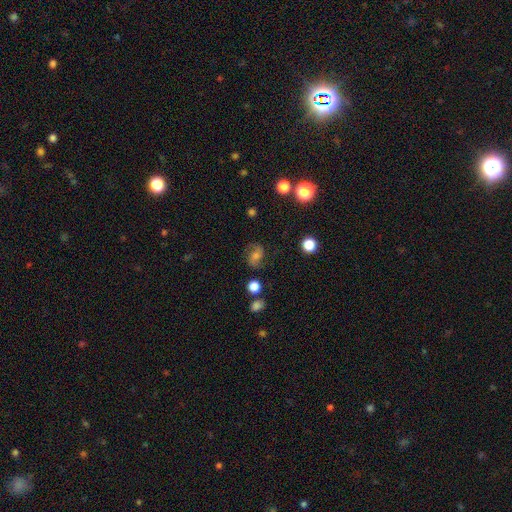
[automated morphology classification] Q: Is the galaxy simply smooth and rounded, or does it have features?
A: featured or disk — 57%.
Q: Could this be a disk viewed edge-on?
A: no — 97%.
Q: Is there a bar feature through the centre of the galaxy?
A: no — 50%.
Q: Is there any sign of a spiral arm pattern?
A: yes — 91%.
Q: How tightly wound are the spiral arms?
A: medium — 47%.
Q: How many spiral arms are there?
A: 2 — 88%.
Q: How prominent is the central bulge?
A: moderate — 50%.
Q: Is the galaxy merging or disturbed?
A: none — 76%.